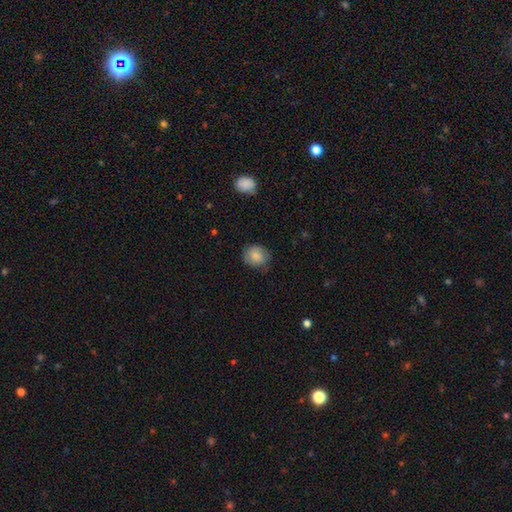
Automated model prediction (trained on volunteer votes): This appears to be a smooth galaxy with no disk features (79%) that is round (67%). Merging: none (73%).